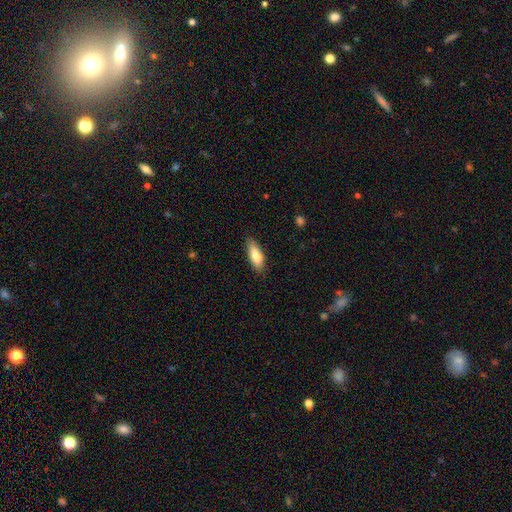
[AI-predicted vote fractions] Morphology: type=smooth (81%); roundness=in between (60%); merging=none (84%).